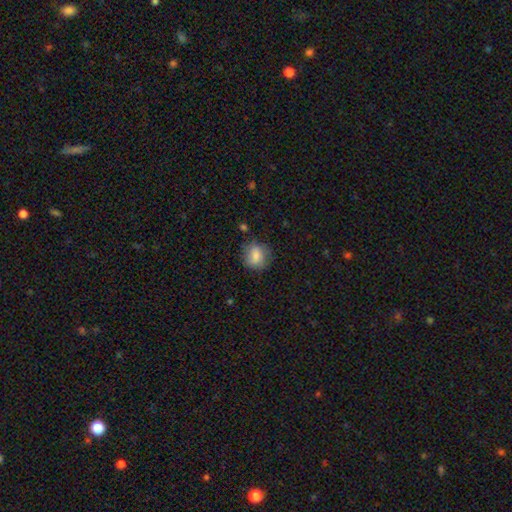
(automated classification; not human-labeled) smooth-or-featured: smooth: 81% | featured or disk: 11% | star or artifact: 8%
  how-rounded: round: 71% | in between: 28% | cigar-shaped: 1%
  merging: none: 75% | minor disturbance: 18% | major disturbance: 5% | merger: 2%